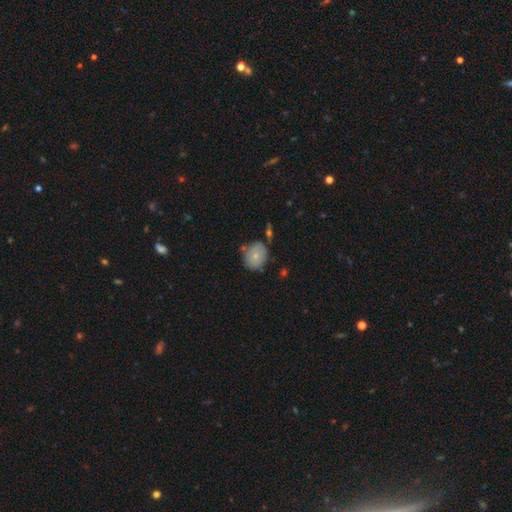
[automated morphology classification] A smooth galaxy with no disk features (71%) that is round (61%). Merging: none (68%).